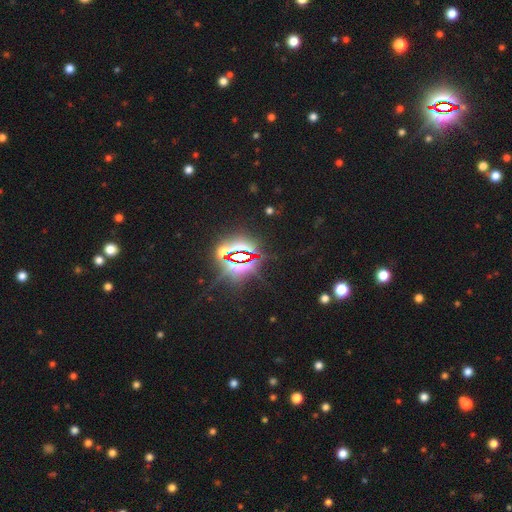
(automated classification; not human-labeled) This appears to be a star or artifact, not a galaxy (84%).